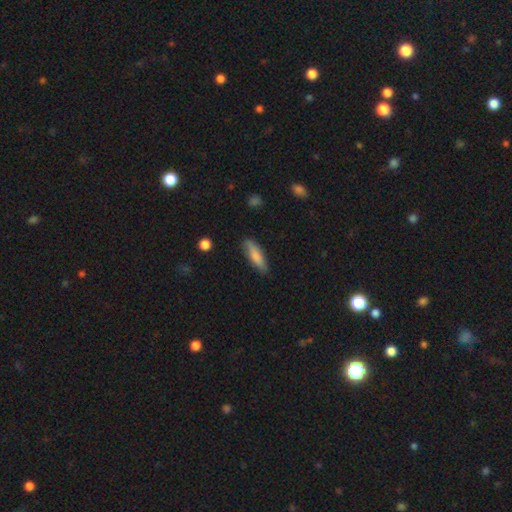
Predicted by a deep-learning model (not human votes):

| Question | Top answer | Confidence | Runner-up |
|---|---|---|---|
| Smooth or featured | smooth | 78% | featured or disk (16%) |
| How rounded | cigar-shaped | 56% | in between (43%) |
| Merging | none | 80% | minor disturbance (15%) |